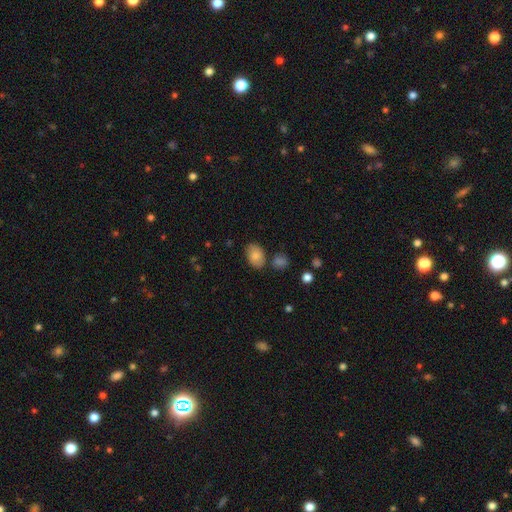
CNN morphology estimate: Smooth or featured? Predicted: smooth (p=0.82). How rounded? Predicted: in between (p=0.84). Merging? Predicted: none (p=0.74).